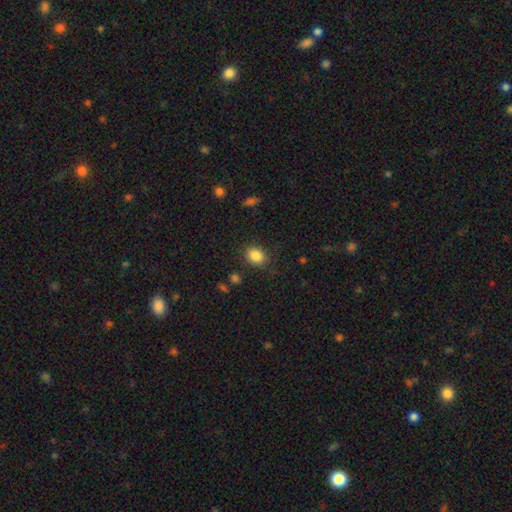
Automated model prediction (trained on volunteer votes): This is clearly a smooth galaxy (85%). How rounded: possibly in between (56%). Merging: clearly none (82%).